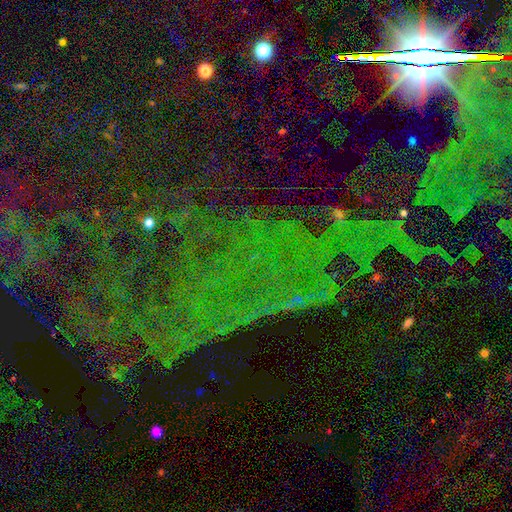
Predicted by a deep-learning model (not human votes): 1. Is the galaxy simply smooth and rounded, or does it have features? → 81% star or artifact, 10% featured or disk, 9% smooth.